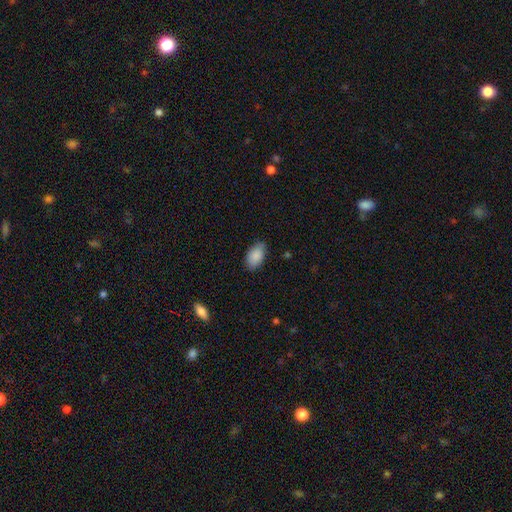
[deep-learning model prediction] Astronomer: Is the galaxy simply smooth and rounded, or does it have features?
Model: smooth — 88%.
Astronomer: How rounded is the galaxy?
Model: in between — 93%.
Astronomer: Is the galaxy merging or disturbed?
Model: none — 81%.